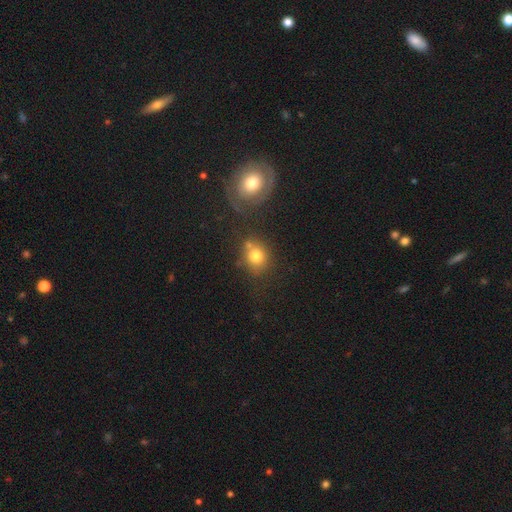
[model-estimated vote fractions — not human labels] Smooth or featured?
  - smooth: 76% *
  - featured or disk: 12%
  - star or artifact: 11%
How rounded?
  - round: 70% *
  - in between: 29%
  - cigar-shaped: 1%
Merging?
  - none: 59% *
  - merger: 20%
  - minor disturbance: 15%
  - major disturbance: 6%